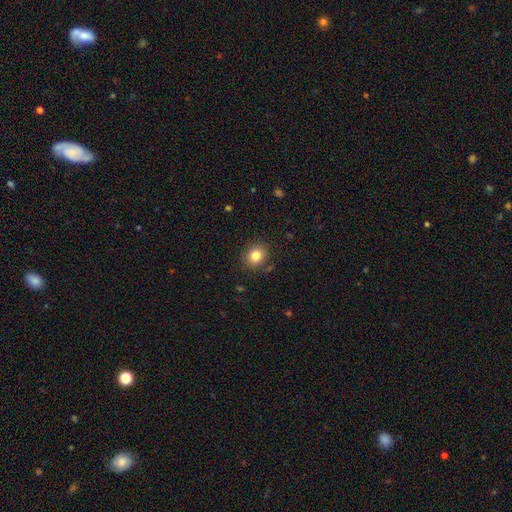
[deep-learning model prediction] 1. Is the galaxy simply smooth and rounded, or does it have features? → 82% smooth, 11% star or artifact, 7% featured or disk.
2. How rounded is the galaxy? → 71% round, 28% in between, 1% cigar-shaped.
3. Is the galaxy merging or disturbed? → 87% none, 9% minor disturbance, 3% major disturbance, 2% merger.